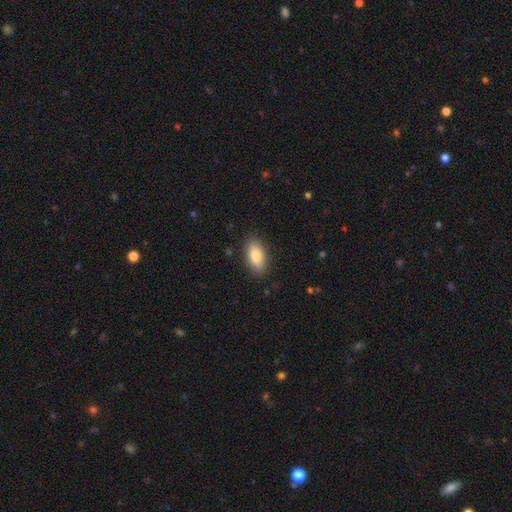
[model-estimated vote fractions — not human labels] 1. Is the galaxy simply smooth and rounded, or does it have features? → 80% smooth, 13% featured or disk, 7% star or artifact.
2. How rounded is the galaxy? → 86% in between, 11% cigar-shaped, 3% round.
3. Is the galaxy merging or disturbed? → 87% none, 10% minor disturbance, 2% major disturbance, 1% merger.